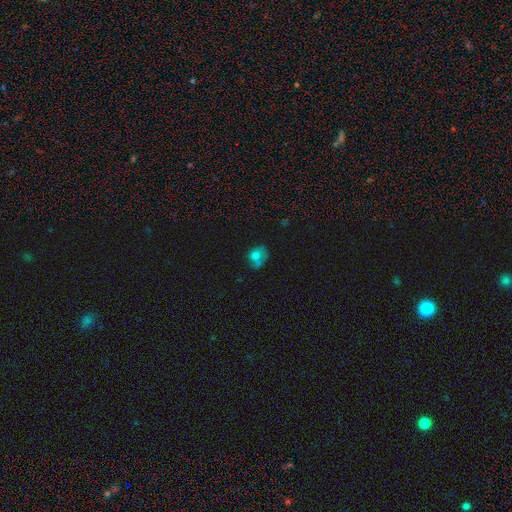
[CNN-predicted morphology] smooth 68%, featured or disk 19%, star or artifact 13%. Down the decision tree: how rounded — in between (50%); merging — none (38%).